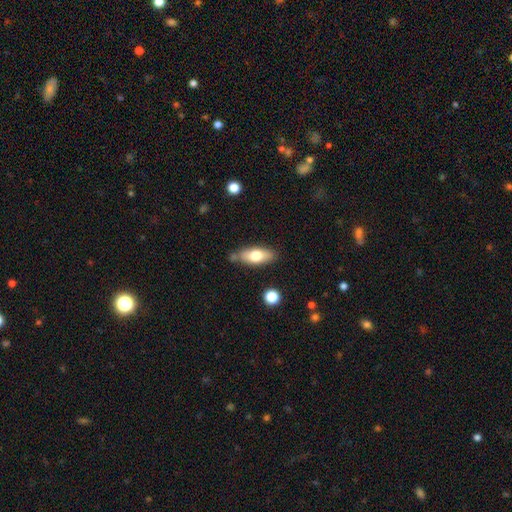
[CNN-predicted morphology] smooth-or-featured: smooth: 70% | featured or disk: 24% | star or artifact: 6%
  how-rounded: in between: 76% | cigar-shaped: 21% | round: 3%
  merging: none: 73% | minor disturbance: 17% | merger: 6% | major disturbance: 4%